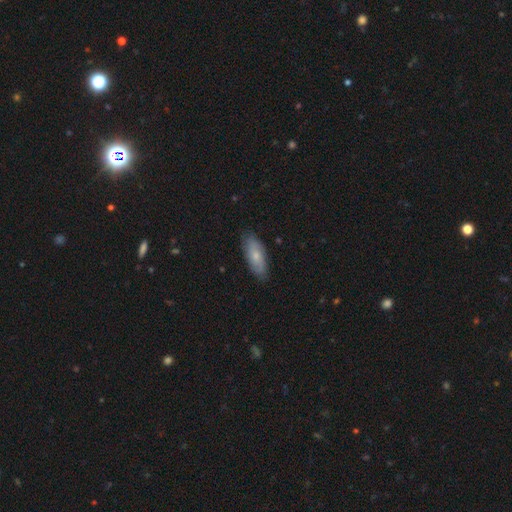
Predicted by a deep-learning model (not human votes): smooth 60%, featured or disk 33%, star or artifact 6%. Down the decision tree: how rounded — in between (78%); merging — none (82%).